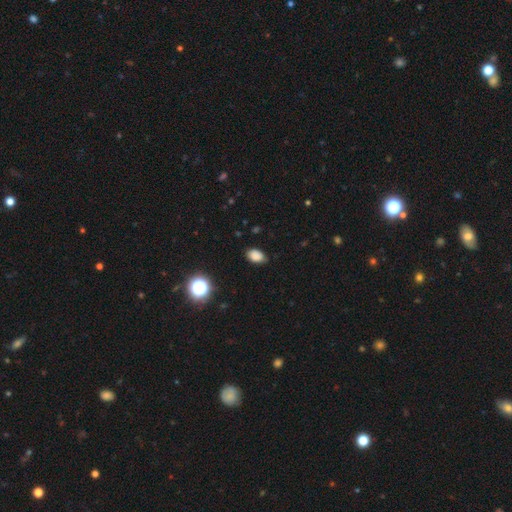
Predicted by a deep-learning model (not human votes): This is clearly a smooth galaxy (84%). How rounded: clearly in between (84%). Merging: clearly none (83%).